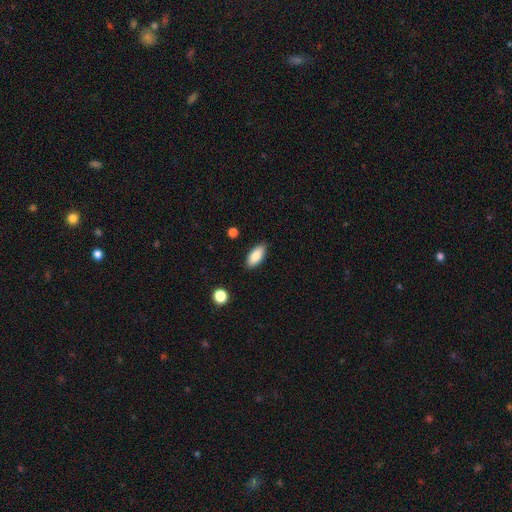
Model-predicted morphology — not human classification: Overall: smooth (86%). How rounded: in between (88%). Merging: none (88%).